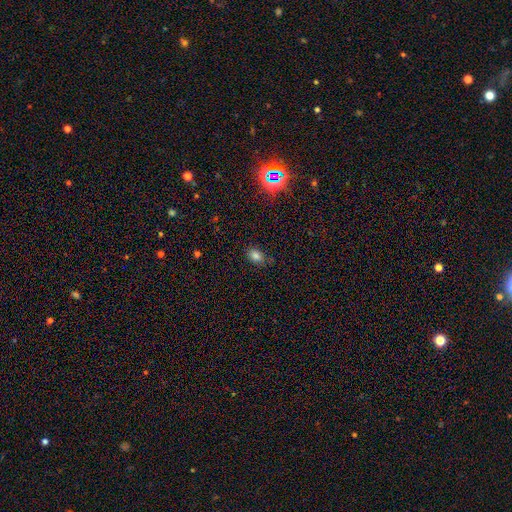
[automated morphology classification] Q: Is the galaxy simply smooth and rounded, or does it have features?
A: smooth — 79%.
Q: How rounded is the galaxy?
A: in between — 77%.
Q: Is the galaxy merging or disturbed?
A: none — 78%.